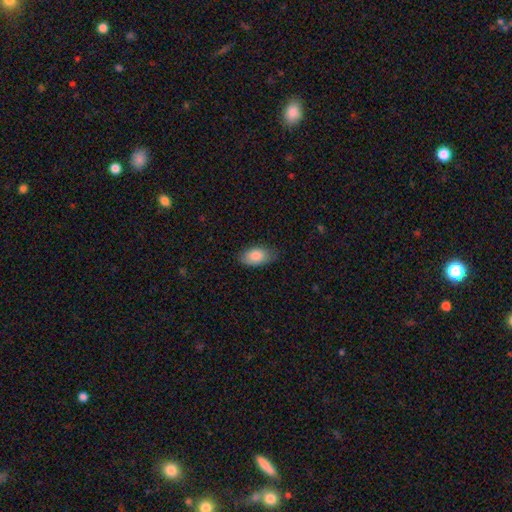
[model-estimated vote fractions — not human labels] smooth-or-featured: smooth: 84% | featured or disk: 10% | star or artifact: 7%
  how-rounded: in between: 92% | round: 5% | cigar-shaped: 2%
  merging: none: 74% | minor disturbance: 21% | major disturbance: 4% | merger: 1%